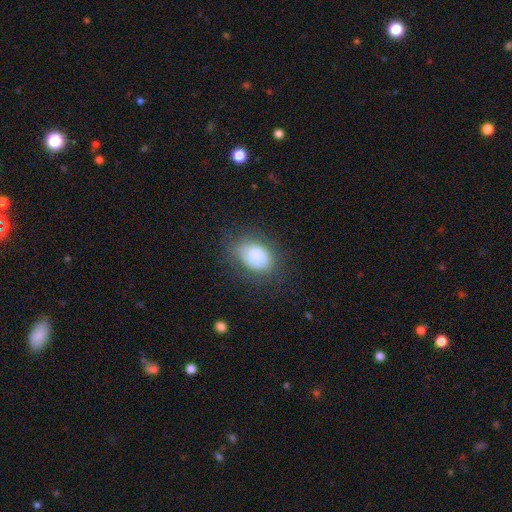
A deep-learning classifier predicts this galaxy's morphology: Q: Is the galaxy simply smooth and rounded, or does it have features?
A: smooth — 78%.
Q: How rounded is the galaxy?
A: in between — 77%.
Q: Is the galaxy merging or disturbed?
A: none — 68%.